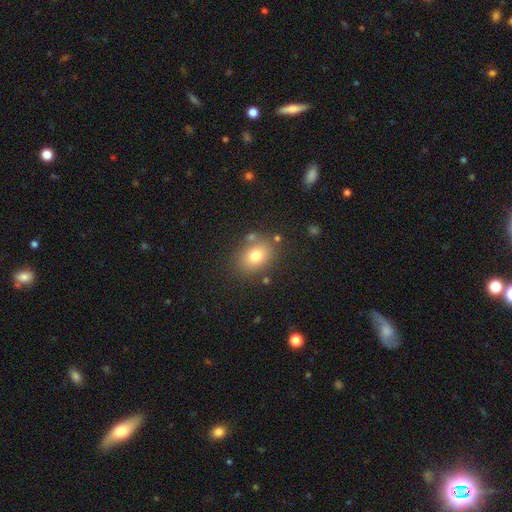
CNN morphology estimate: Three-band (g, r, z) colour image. It shows a smooth galaxy with no disk features (76%) that is in between round and cigar-shaped (59%). Merging: none (77%).